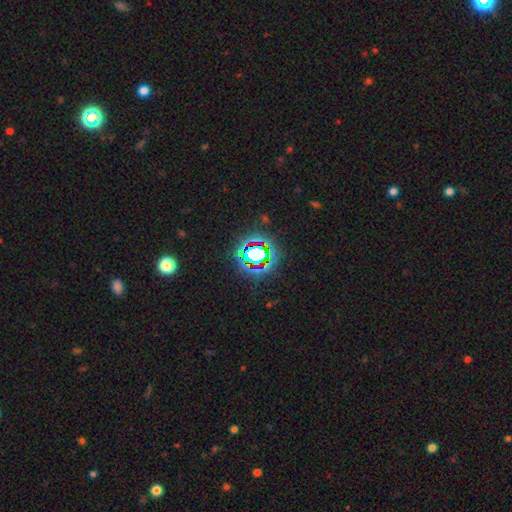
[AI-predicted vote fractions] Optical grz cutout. It shows a star or artifact, not a galaxy (67%).